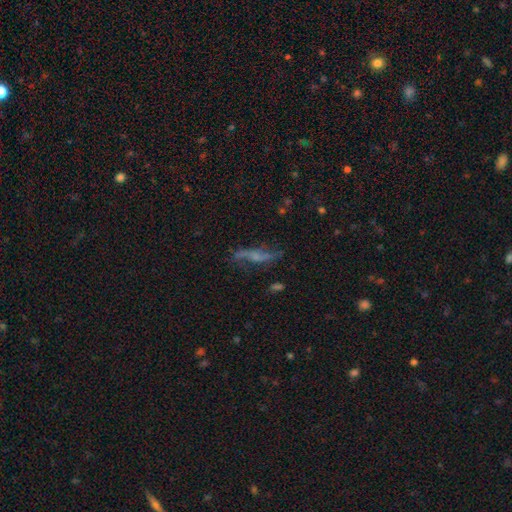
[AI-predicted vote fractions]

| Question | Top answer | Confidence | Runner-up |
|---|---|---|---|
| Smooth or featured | featured or disk | 64% | smooth (23%) |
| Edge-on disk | no | 70% | yes (30%) |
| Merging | none | 60% | minor disturbance (21%) |